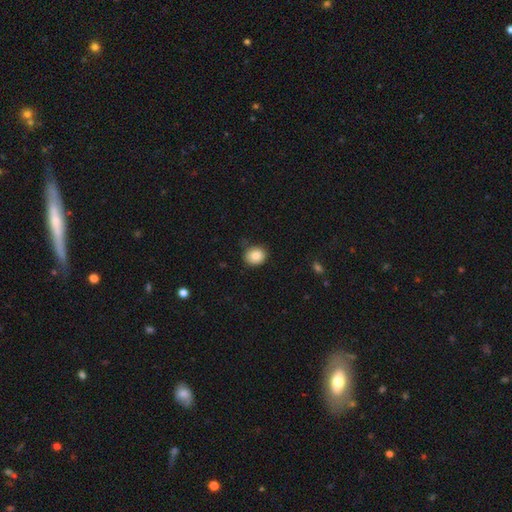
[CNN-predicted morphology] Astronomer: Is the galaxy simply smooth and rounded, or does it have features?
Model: smooth — 85%.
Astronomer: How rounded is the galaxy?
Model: round — 71%.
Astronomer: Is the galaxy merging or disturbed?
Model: none — 81%.